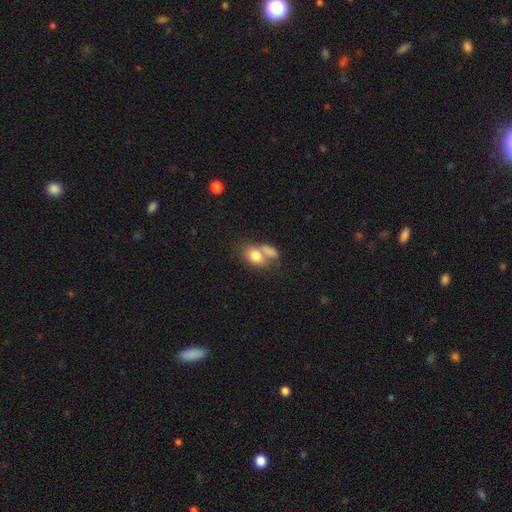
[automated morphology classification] type=smooth (77%); roundness=in between (72%); merging=merger (54%).